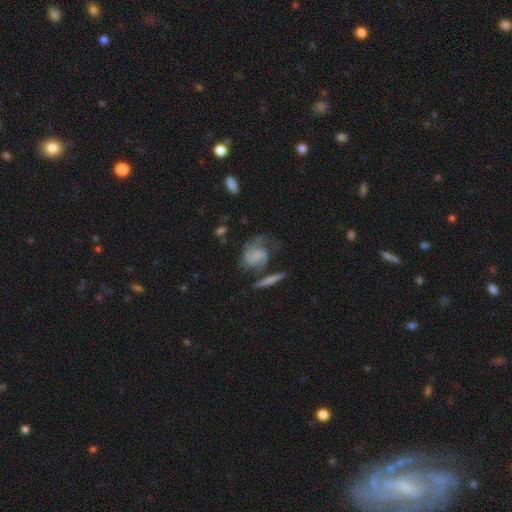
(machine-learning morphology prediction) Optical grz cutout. It shows a featured or disk galaxy (75%) with no bar (58%), 2 (81%) medium (49%) spiral arms (93%) and no central bulge (43%). Merging: none (50%).